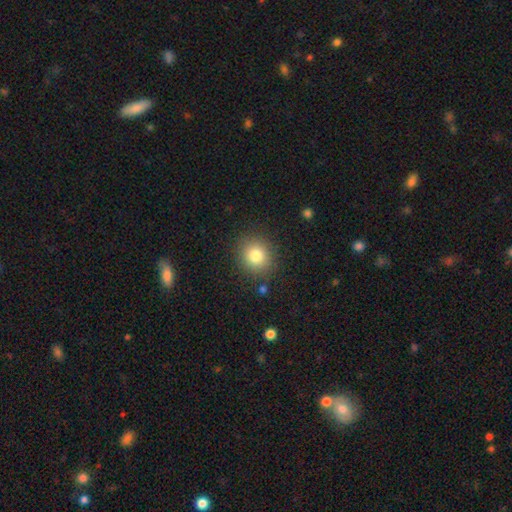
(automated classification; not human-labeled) Smooth or featured: smooth — 81% (star or artifact — 11%)
How rounded: round — 81% (in between — 18%)
Merging: none — 87% (minor disturbance — 8%)